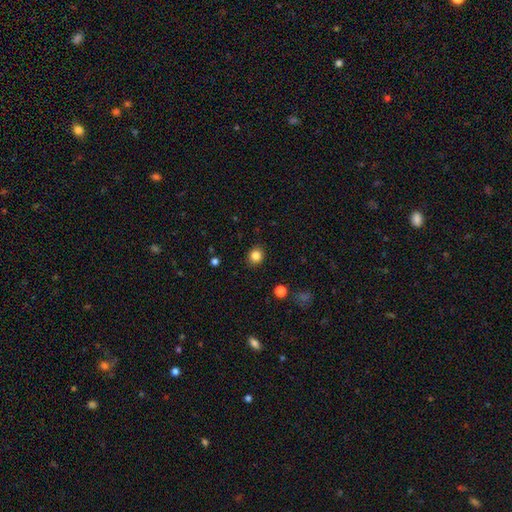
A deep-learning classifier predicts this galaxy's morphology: smooth_or_featured: smooth (p=0.84) [alt: star or artifact p=0.11]
how_rounded: round (p=0.78) [alt: in between p=0.22]
merging: none (p=0.89) [alt: minor disturbance p=0.07]